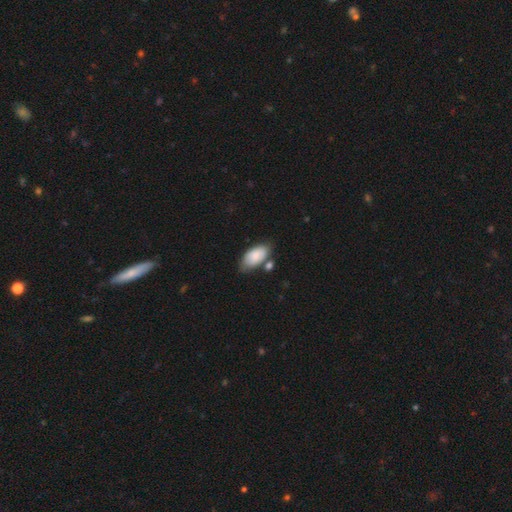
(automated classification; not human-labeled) smooth 81%, featured or disk 12%, star or artifact 6%. Down the decision tree: how rounded — in between (94%); merging — none (59%).